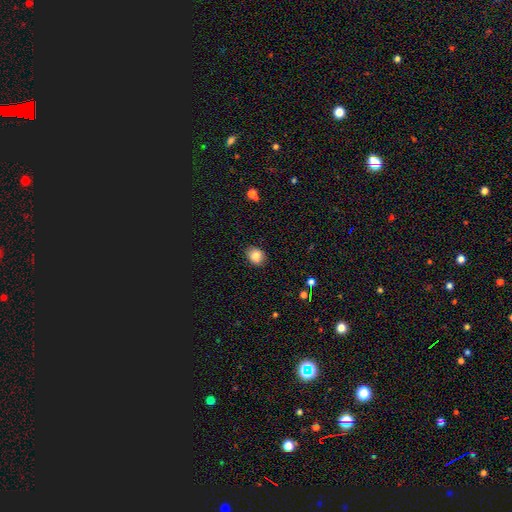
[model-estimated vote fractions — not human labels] The model was most divided on "how rounded": round: 55%, in between: 43%, cigar-shaped: 1%. More confident: merging — none (85%); smooth or featured — smooth (81%).